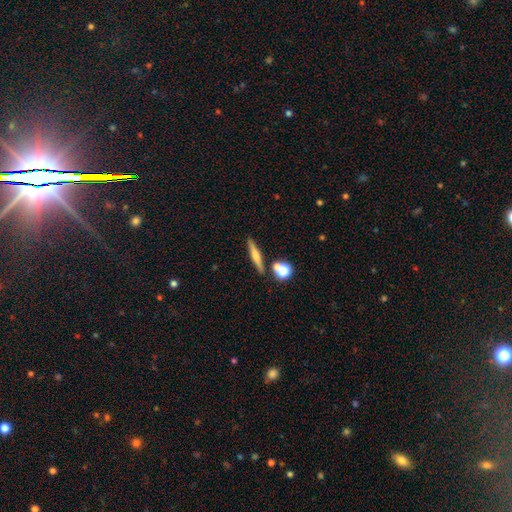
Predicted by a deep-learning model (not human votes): The model was most divided on "smooth or featured": smooth: 51%, featured or disk: 40%, star or artifact: 9%. More confident: how rounded — cigar-shaped (82%); merging — none (79%).